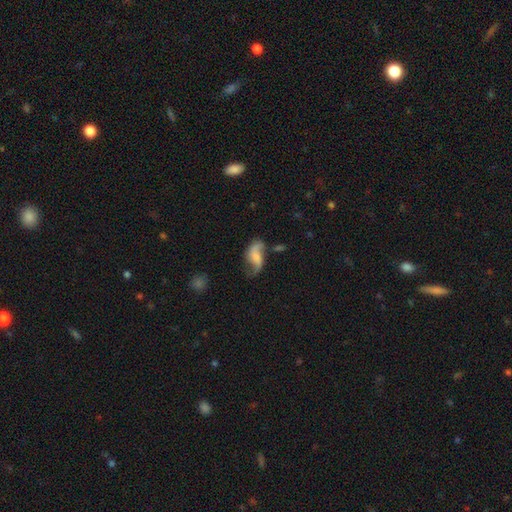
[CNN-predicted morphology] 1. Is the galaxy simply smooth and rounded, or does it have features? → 68% featured or disk, 24% smooth, 8% star or artifact.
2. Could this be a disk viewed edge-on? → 96% no, 4% yes.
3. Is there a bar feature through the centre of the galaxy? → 49% no, 37% weak, 14% strong.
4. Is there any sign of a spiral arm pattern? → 90% yes, 10% no.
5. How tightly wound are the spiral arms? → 79% loose, 17% medium, 4% tight.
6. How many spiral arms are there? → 86% 2, 7% 1, 3% can't tell, 1% 3, 1% 4, 1% more than 4.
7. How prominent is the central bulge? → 44% none, 23% small, 19% moderate, 11% large, 3% dominant.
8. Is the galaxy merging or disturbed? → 50% none, 23% minor disturbance, 18% major disturbance, 8% merger.